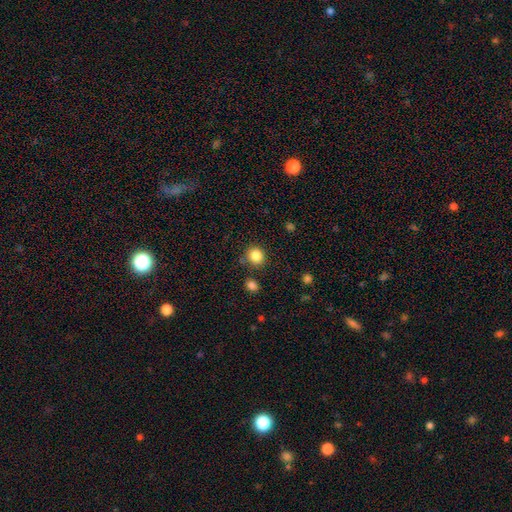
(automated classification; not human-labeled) Q: Smooth or featured?
A: smooth (85%); runner-up: star or artifact (11%)
Q: How rounded?
A: round (88%); runner-up: in between (11%)
Q: Merging?
A: none (81%); runner-up: minor disturbance (9%)